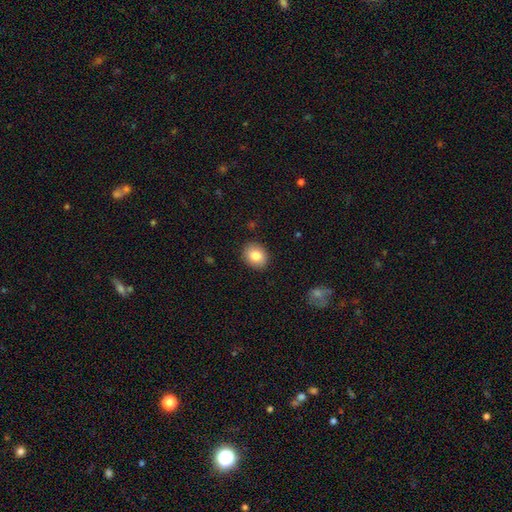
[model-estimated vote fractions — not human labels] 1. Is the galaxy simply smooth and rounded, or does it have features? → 83% smooth, 9% featured or disk, 8% star or artifact.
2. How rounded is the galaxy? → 50% in between, 49% round, 1% cigar-shaped.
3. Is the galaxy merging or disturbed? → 89% none, 8% minor disturbance, 2% major disturbance, 1% merger.